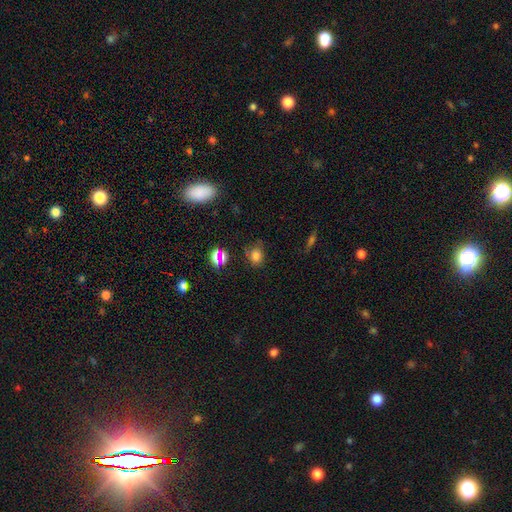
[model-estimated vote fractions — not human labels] A smooth galaxy with no disk features (69%) that is round (57%). Merging: none (70%).